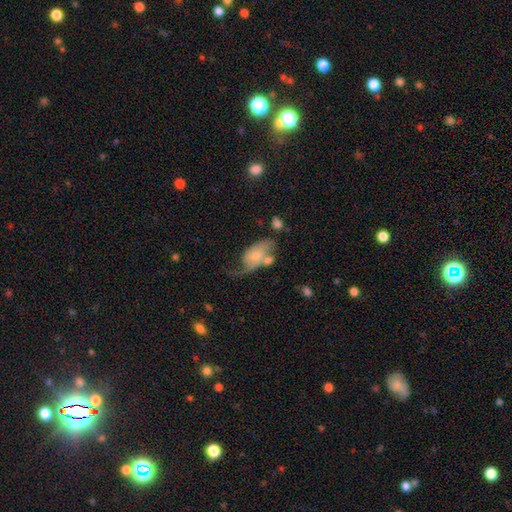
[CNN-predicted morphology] Smooth or featured? Predicted: featured or disk (p=0.51). Edge-on disk? Predicted: no (p=0.94). Merging? Predicted: major disturbance (p=0.31).